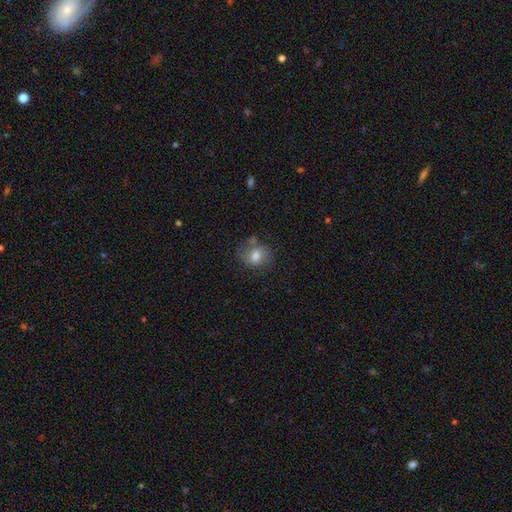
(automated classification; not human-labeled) The model was most divided on "how rounded": round: 62%, in between: 37%, cigar-shaped: 1%. More confident: smooth or featured — smooth (74%); merging — none (63%).